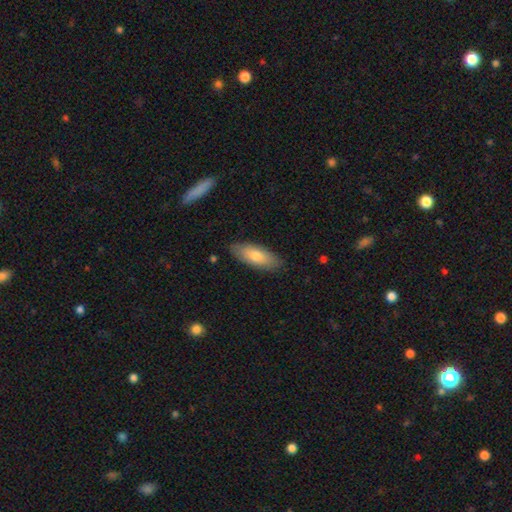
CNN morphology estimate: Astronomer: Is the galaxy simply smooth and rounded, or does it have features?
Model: smooth — 75%.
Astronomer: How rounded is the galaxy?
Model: in between — 73%.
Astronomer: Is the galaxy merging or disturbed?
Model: none — 86%.